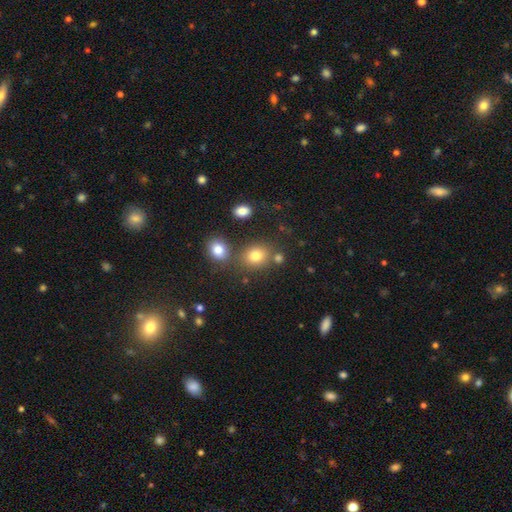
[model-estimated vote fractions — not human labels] A smooth galaxy with no disk features (78%) that is round (64%). Merging: none (72%).